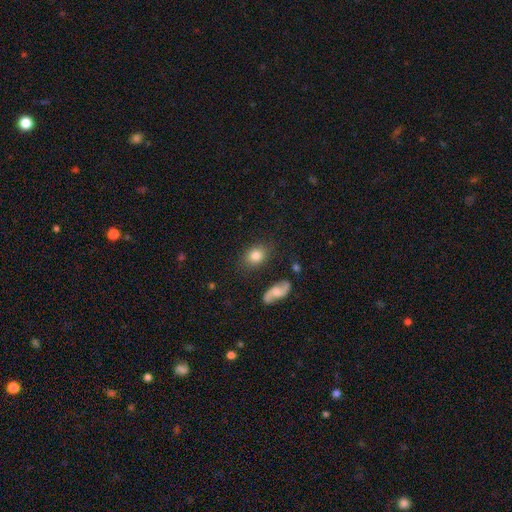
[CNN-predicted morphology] Q: Smooth or featured?
A: smooth (79%); runner-up: featured or disk (12%)
Q: How rounded?
A: in between (56%); runner-up: round (41%)
Q: Merging?
A: none (81%); runner-up: minor disturbance (12%)